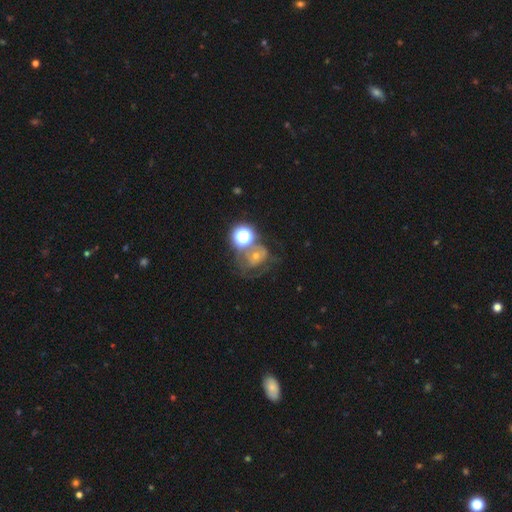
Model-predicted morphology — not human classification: Smooth or featured? Predicted: featured or disk (p=0.38). Merging? Predicted: none (p=0.49).